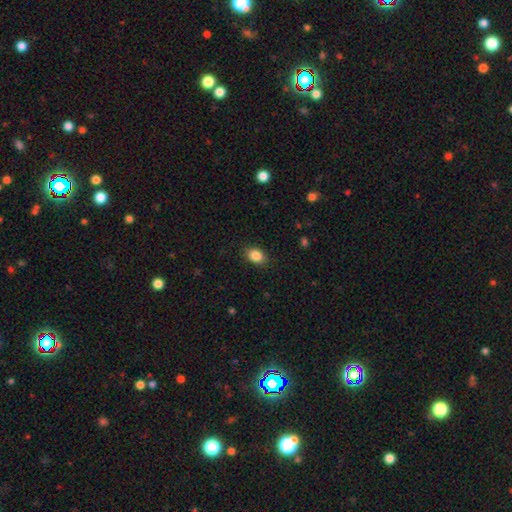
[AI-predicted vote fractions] A smooth galaxy with no disk features (87%) that is in between round and cigar-shaped (75%). Merging: none (87%).